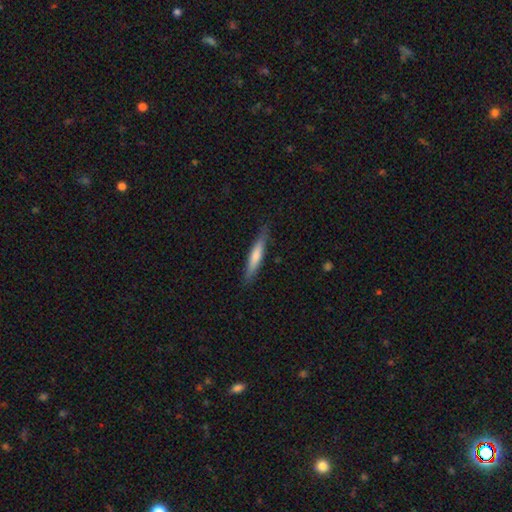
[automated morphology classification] smooth_or_featured: smooth (p=0.57) [alt: featured or disk p=0.37]
how_rounded: cigar-shaped (p=0.93) [alt: in between p=0.06]
merging: none (p=0.87) [alt: minor disturbance p=0.10]